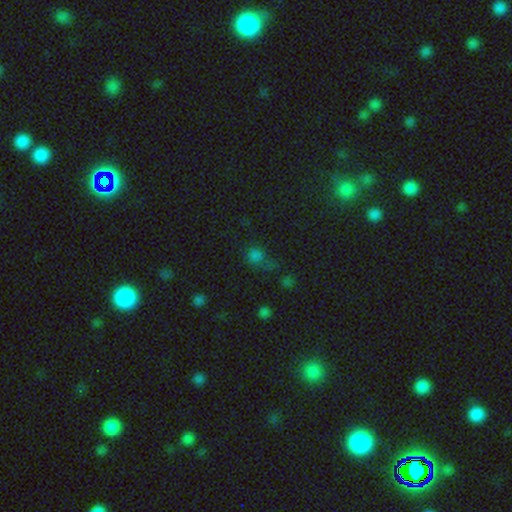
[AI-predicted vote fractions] smooth_or_featured: smooth (p=0.58) [alt: star or artifact p=0.35]
how_rounded: round (p=0.71) [alt: in between p=0.27]
merging: none (p=0.45) [alt: merger p=0.19]